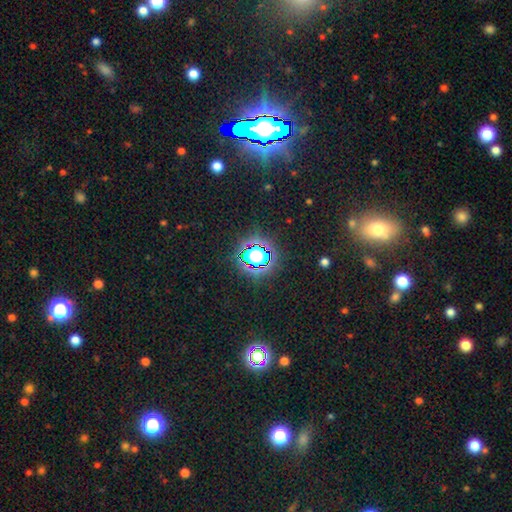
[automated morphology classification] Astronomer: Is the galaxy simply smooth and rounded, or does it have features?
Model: star or artifact — 69%.